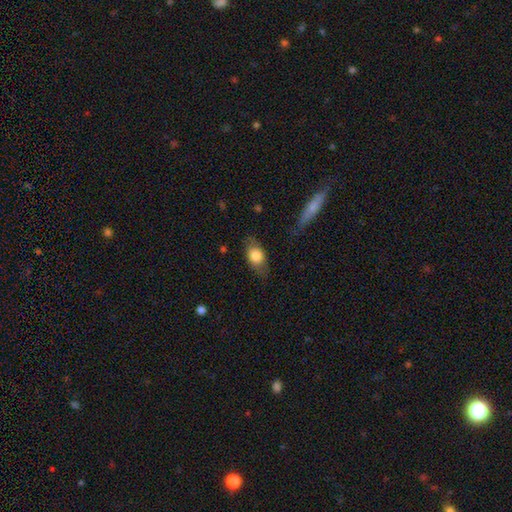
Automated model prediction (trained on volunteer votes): The model was most divided on "merging": none: 72%, minor disturbance: 20%, major disturbance: 7%, merger: 2%. More confident: how rounded — in between (81%); smooth or featured — smooth (76%).